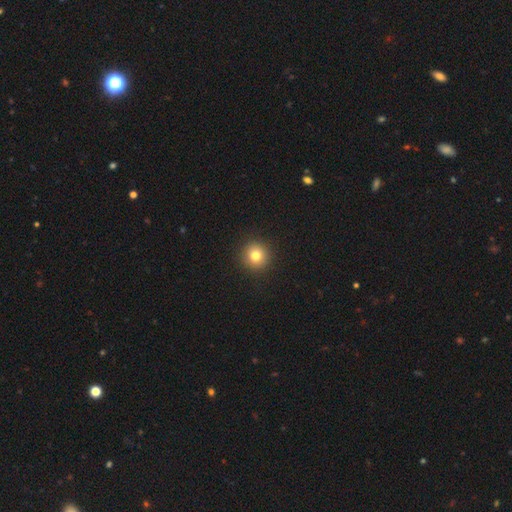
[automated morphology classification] type=smooth (80%); roundness=round (95%); merging=none (93%).